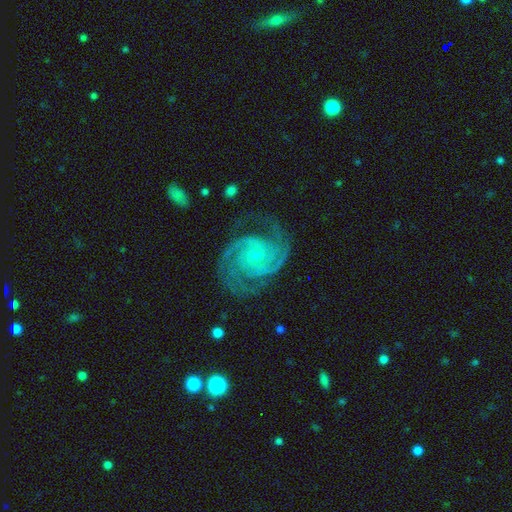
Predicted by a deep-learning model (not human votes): Smooth or featured: featured or disk — 93% (star or artifact — 4%)
Edge-on disk: no — 98% (yes — 2%)
Bar: no — 64% (weak — 28%)
Spiral arms: yes — 99% (no — 1%)
Spiral winding: tight — 61% (medium — 34%)
Spiral arm count: 2 — 47% (3 — 25%)
Bulge size: small — 74% (moderate — 22%)
Merging: none — 75% (minor disturbance — 16%)